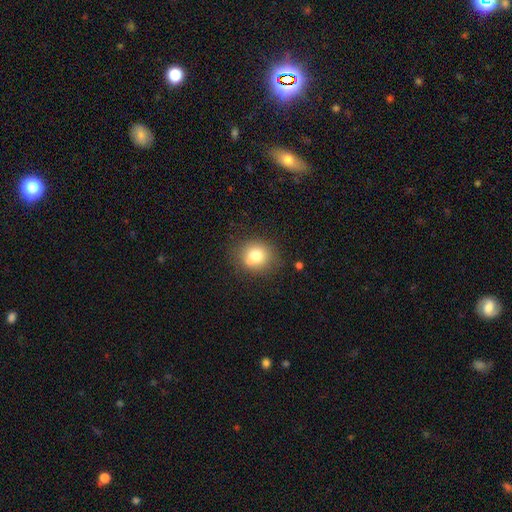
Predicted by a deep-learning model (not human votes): This appears to be a smooth galaxy with no disk features (73%) that is round (81%). Merging: none (66%).